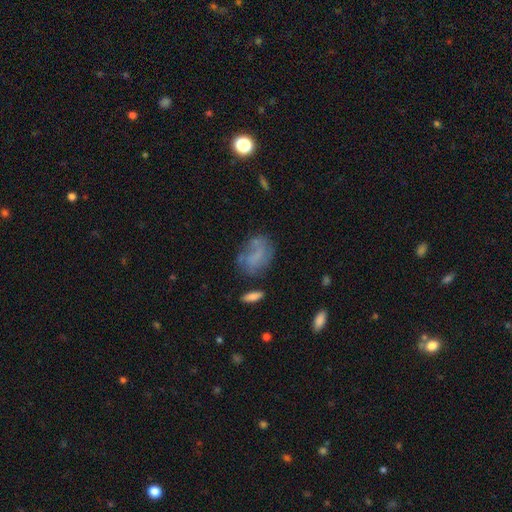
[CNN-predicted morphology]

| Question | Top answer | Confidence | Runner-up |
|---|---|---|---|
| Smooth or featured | smooth | 47% | featured or disk (40%) |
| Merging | none | 49% | minor disturbance (24%) |